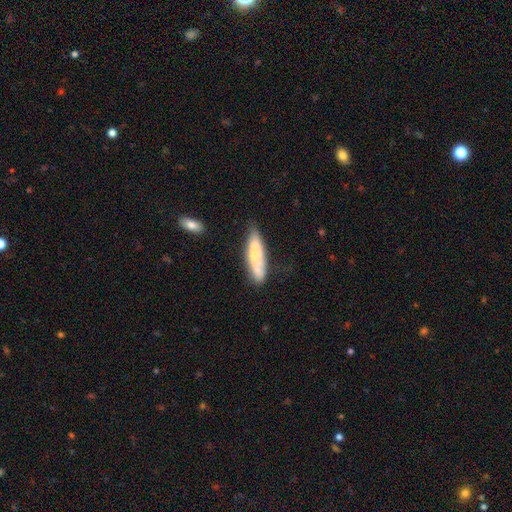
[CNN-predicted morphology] A smooth galaxy with no disk features (62%) that is cigar-shaped (67%). Merging: none (61%).